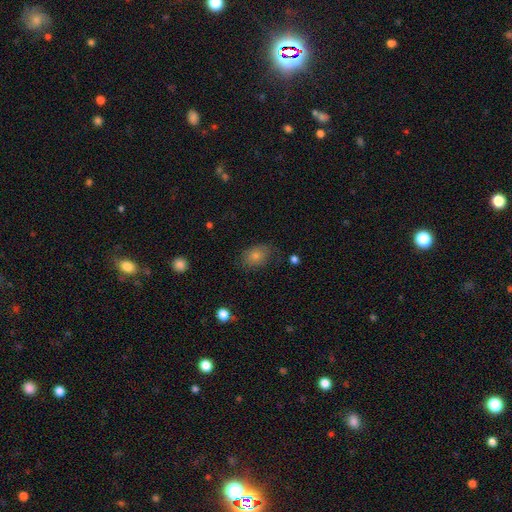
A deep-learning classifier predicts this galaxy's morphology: This is likely a smooth galaxy (68%). How rounded: likely in between (72%). Merging: likely none (76%).